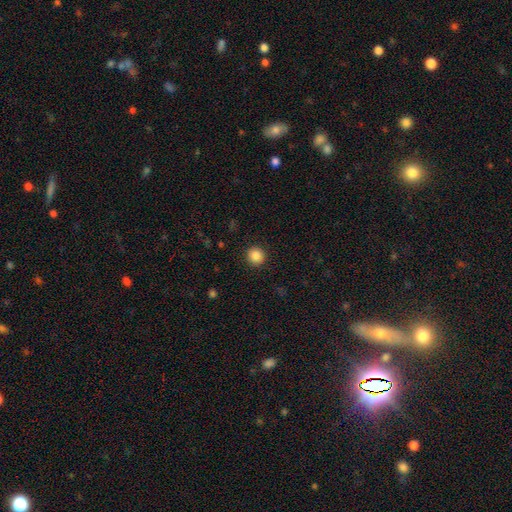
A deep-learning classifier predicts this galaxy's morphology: Smooth or featured? Predicted: smooth (p=0.87). How rounded? Predicted: round (p=0.91). Merging? Predicted: none (p=0.92).